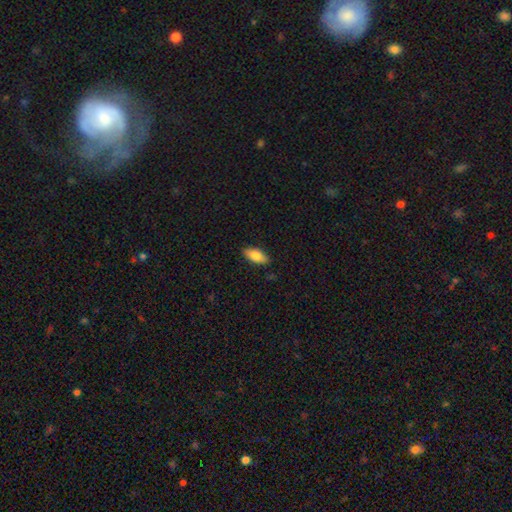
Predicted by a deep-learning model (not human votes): Smooth or featured? Predicted: smooth (p=0.83). How rounded? Predicted: in between (p=0.85). Merging? Predicted: none (p=0.86).